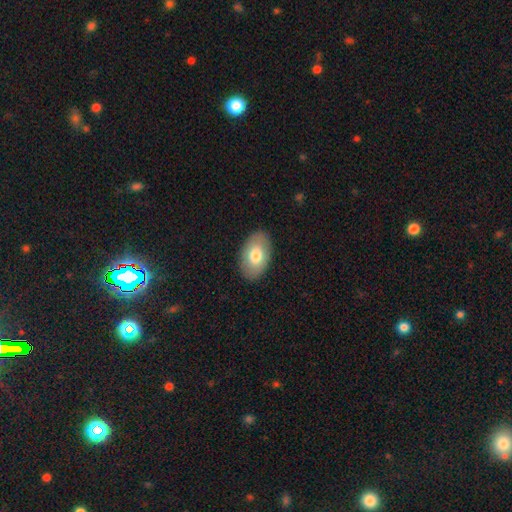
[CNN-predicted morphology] A smooth galaxy with no disk features (75%) that is in between round and cigar-shaped (91%). Merging: none (89%).